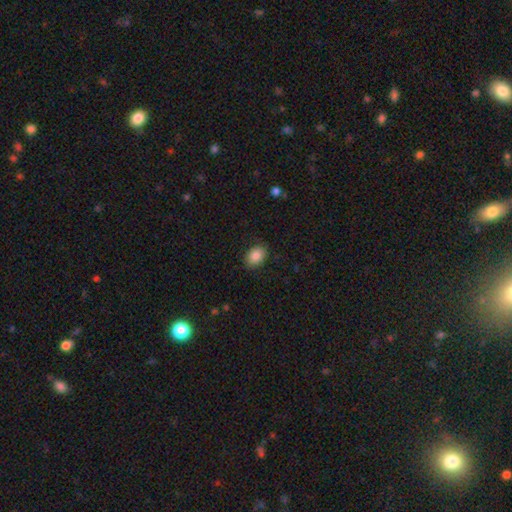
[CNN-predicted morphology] This is clearly a smooth galaxy (85%). How rounded: likely in between (74%). Merging: clearly none (85%).